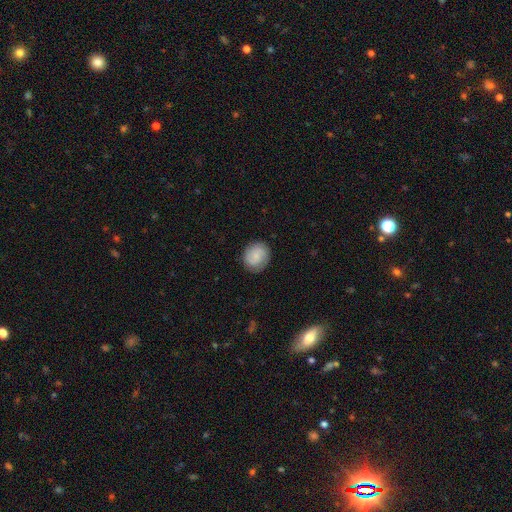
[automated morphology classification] Smooth or featured? Predicted: smooth (p=0.49). Merging? Predicted: none (p=0.85).